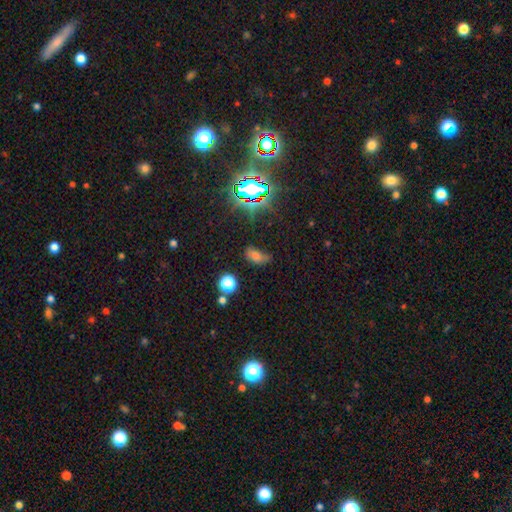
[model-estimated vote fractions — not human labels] Smooth or featured? smooth (51%)
How rounded? in between (82%)
Merging? none (60%)